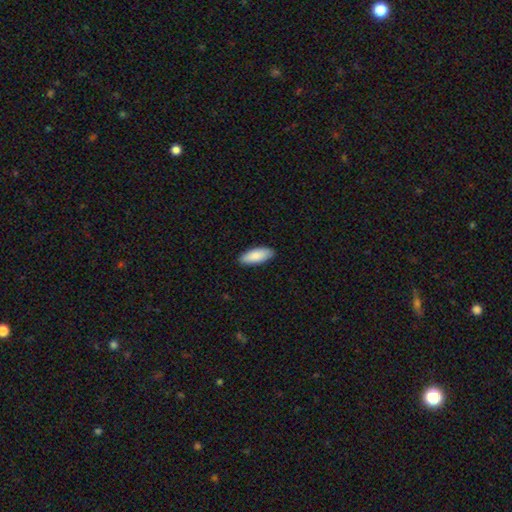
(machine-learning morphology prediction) This is clearly a smooth galaxy (88%). How rounded: likely in between (77%). Merging: clearly none (89%).